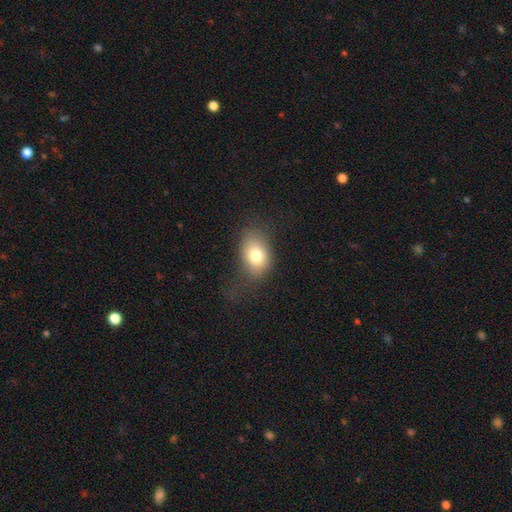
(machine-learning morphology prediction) Smooth or featured: smooth — 78% (featured or disk — 12%)
How rounded: in between — 76% (round — 23%)
Merging: none — 60% (minor disturbance — 23%)